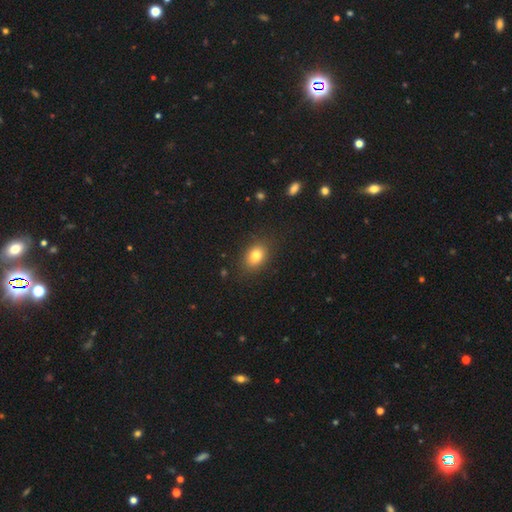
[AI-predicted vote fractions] smooth-or-featured: smooth: 81% | star or artifact: 10% | featured or disk: 9%
  how-rounded: in between: 72% | round: 27% | cigar-shaped: 1%
  merging: none: 85% | minor disturbance: 10% | major disturbance: 3% | merger: 1%